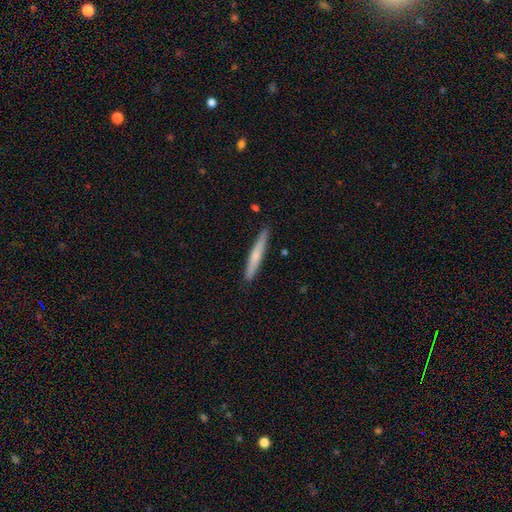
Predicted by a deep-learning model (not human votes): smooth_or_featured: smooth (p=0.59) [alt: featured or disk p=0.36]
how_rounded: cigar-shaped (p=0.95) [alt: in between p=0.04]
merging: none (p=0.89) [alt: minor disturbance p=0.08]